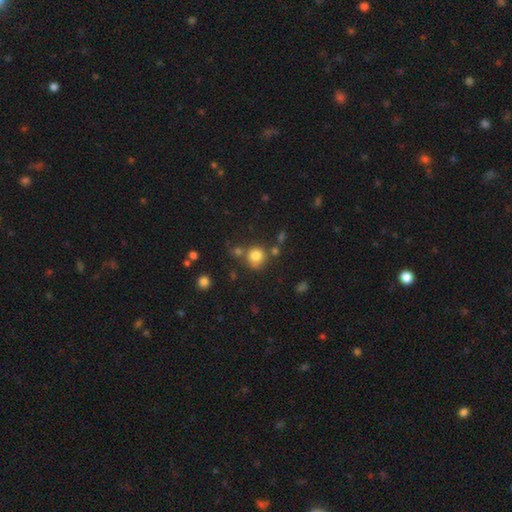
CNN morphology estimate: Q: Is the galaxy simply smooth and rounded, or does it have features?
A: smooth — 80%.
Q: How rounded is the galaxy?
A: round — 89%.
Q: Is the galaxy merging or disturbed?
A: none — 66%.